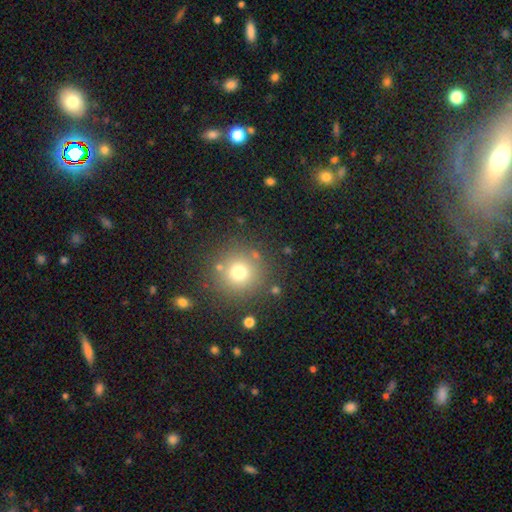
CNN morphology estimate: This is likely a smooth galaxy (71%). How rounded: clearly round (95%). Merging: clearly none (86%).